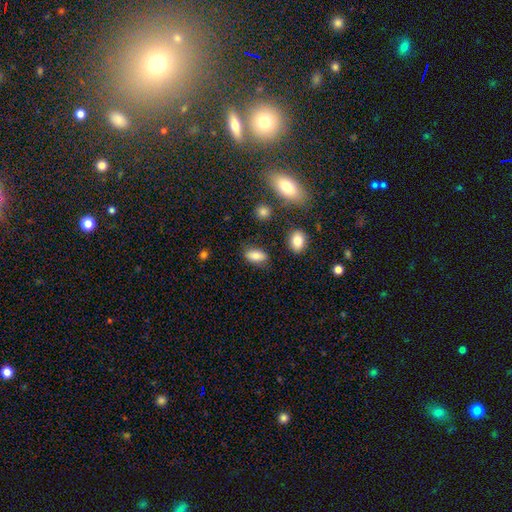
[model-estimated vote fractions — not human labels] Overall: smooth (83%). How rounded: in between (87%). Merging: none (80%).